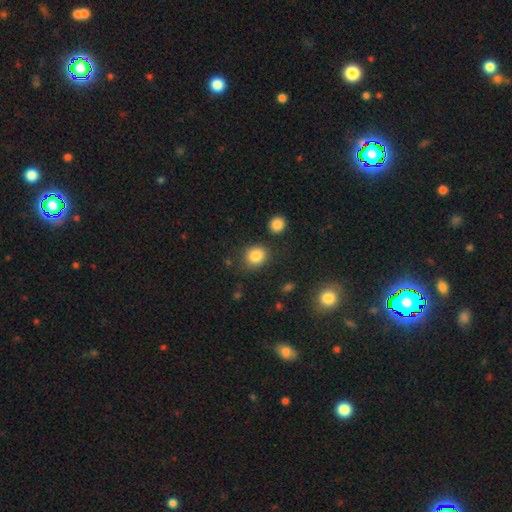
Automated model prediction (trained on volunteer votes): This is clearly a smooth galaxy (85%). How rounded: likely round (70%). Merging: clearly none (80%).